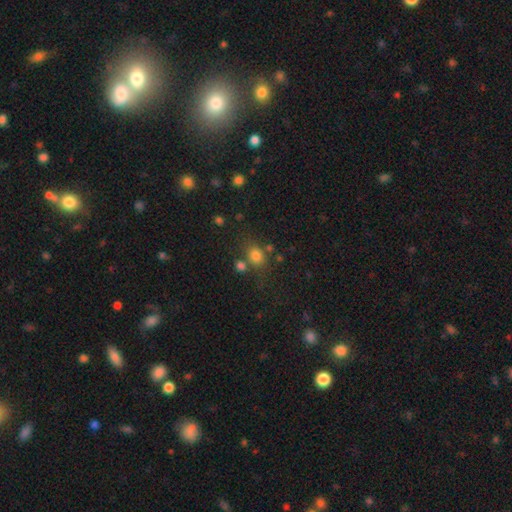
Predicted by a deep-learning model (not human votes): Smooth or featured?
  - smooth: 77% *
  - star or artifact: 15%
  - featured or disk: 8%
How rounded?
  - round: 62% *
  - in between: 37%
  - cigar-shaped: 1%
Merging?
  - none: 62% *
  - merger: 18%
  - minor disturbance: 13%
  - major disturbance: 7%